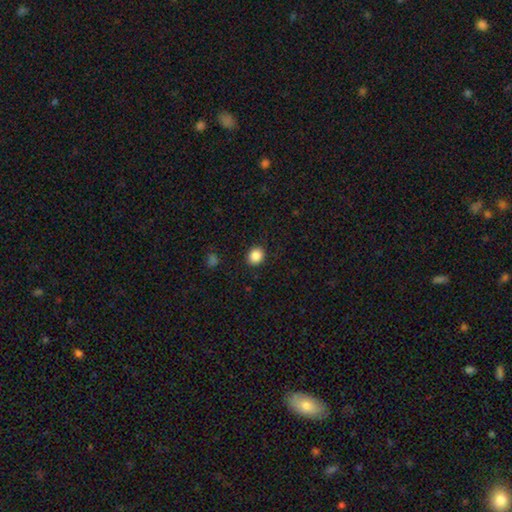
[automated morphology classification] A smooth galaxy with no disk features (87%) that is round (72%). Merging: none (90%).